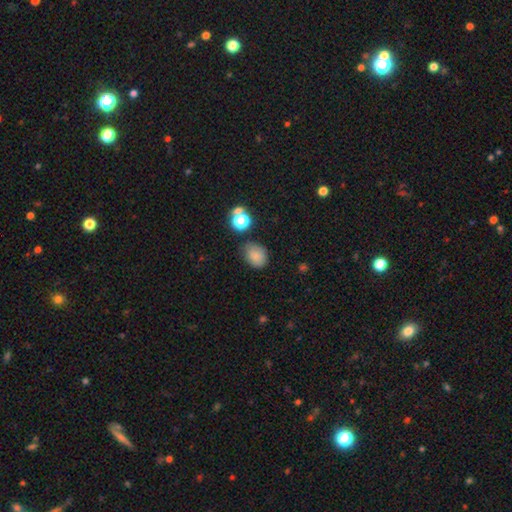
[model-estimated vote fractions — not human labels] Q: Smooth or featured?
A: smooth (79%); runner-up: star or artifact (13%)
Q: How rounded?
A: in between (60%); runner-up: round (39%)
Q: Merging?
A: none (72%); runner-up: minor disturbance (19%)